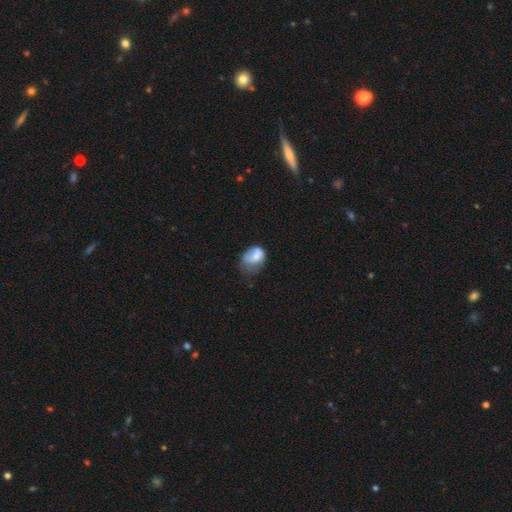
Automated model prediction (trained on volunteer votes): This appears to be a smooth galaxy with no disk features (68%) that is in between round and cigar-shaped (69%). Merging: minor disturbance (35%, tied with major disturbance).